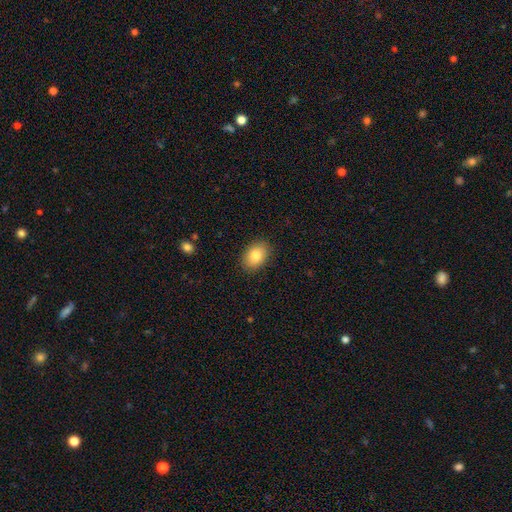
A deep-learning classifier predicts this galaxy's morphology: smooth_or_featured: smooth (p=0.83) [alt: featured or disk p=0.09]
how_rounded: in between (p=0.79) [alt: round p=0.20]
merging: none (p=0.88) [alt: minor disturbance p=0.08]